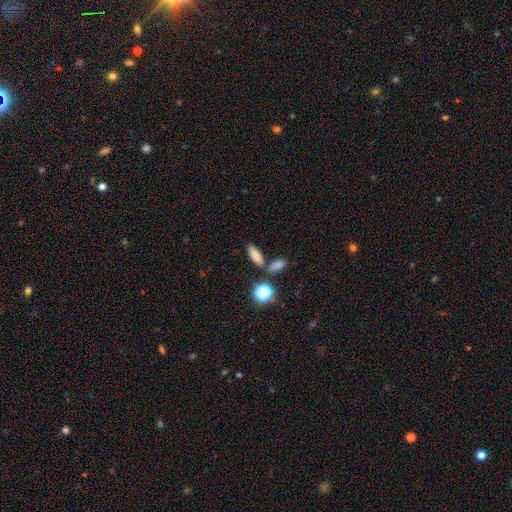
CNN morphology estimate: smooth-or-featured: smooth: 80% | star or artifact: 12% | featured or disk: 9%
  how-rounded: in between: 63% | cigar-shaped: 30% | round: 7%
  merging: none: 65% | merger: 21% | minor disturbance: 11% | major disturbance: 4%